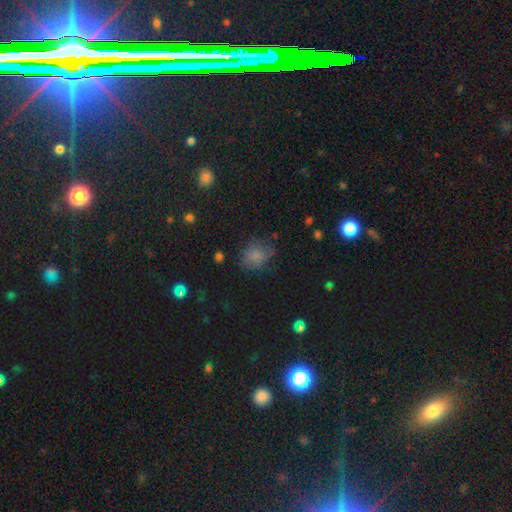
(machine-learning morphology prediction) type=smooth (68%); roundness=round (59%); merging=none (61%).